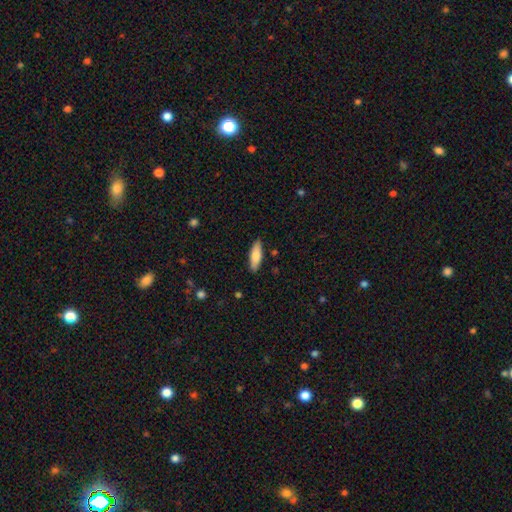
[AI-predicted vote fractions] Morphology: type=smooth (74%); roundness=in between (54%); merging=none (88%).